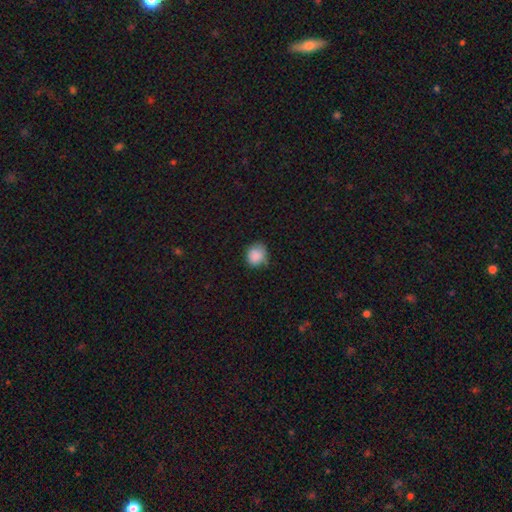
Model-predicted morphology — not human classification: Overall: smooth (87%). How rounded: round (76%). Merging: none (63%; minor disturbance 30%).